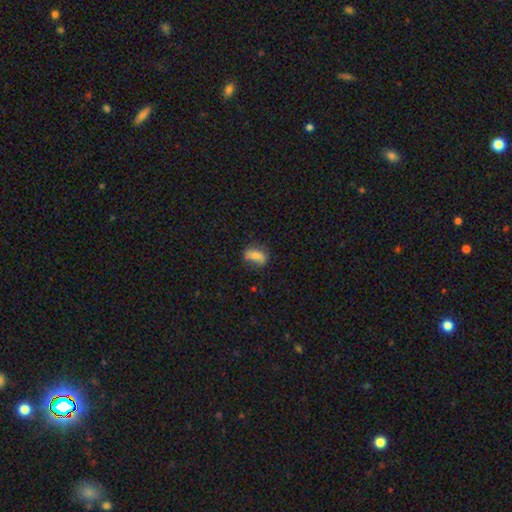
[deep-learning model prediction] smooth 72%, featured or disk 19%, star or artifact 9%. Down the decision tree: how rounded — in between (81%); merging — none (65%).